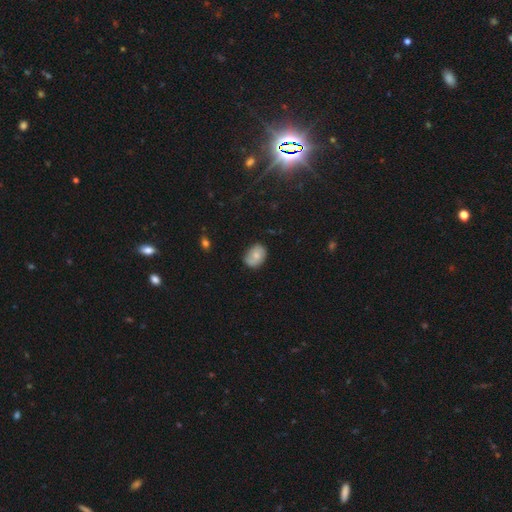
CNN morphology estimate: This appears to be a smooth galaxy with no disk features (65%) that is in between round and cigar-shaped (66%). Merging: none (70%).